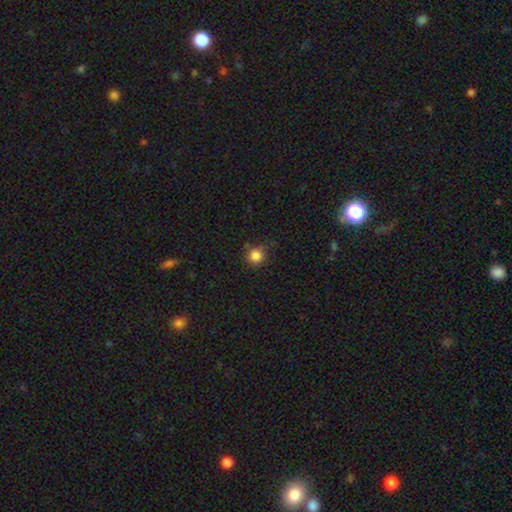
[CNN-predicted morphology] This appears to be a smooth galaxy with no disk features (84%) that is round (93%). Merging: none (77%).